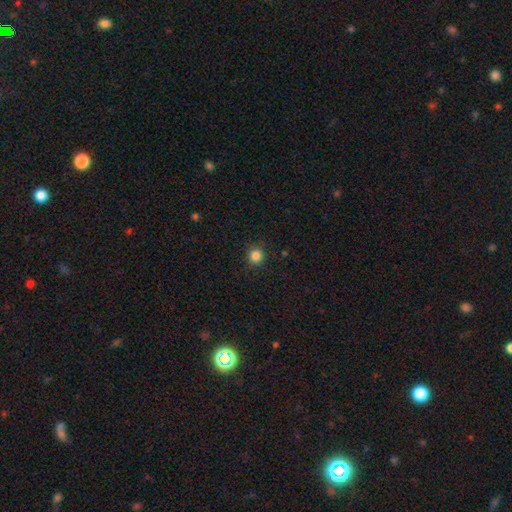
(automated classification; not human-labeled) This appears to be a smooth galaxy with no disk features (85%) that is round (91%). Merging: none (90%).